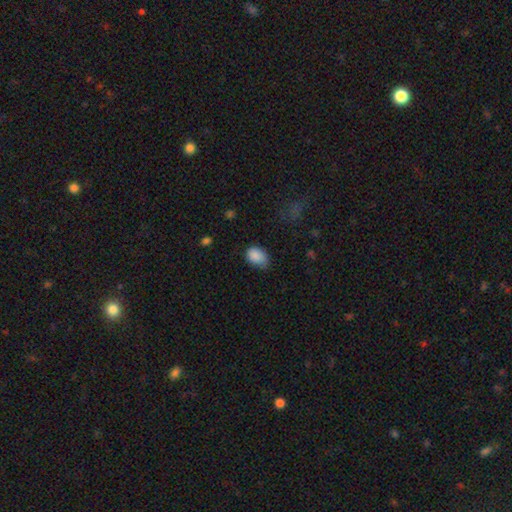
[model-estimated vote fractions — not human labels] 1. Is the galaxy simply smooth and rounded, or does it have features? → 87% smooth, 8% star or artifact, 5% featured or disk.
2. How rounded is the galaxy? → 81% in between, 17% round, 1% cigar-shaped.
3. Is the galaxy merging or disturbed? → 51% none, 38% minor disturbance, 9% major disturbance, 2% merger.